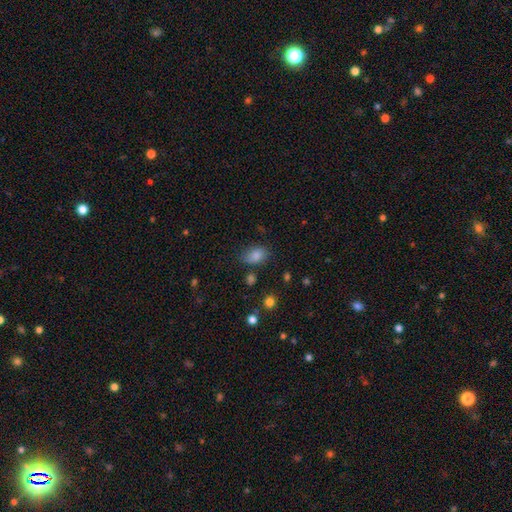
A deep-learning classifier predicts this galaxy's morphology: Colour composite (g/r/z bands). It shows a smooth galaxy with no disk features (84%) that is in between round and cigar-shaped (84%). Merging: none (72%).